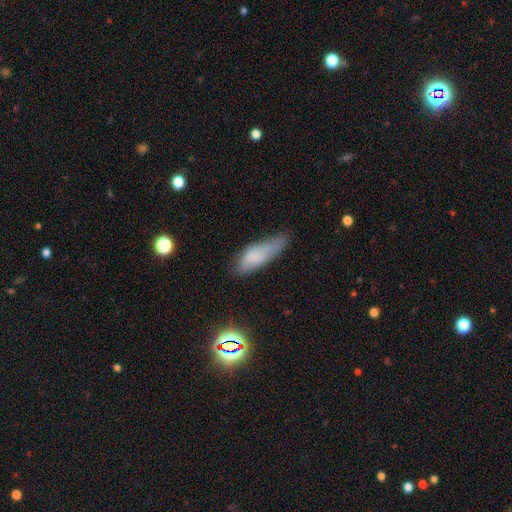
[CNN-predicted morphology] A smooth galaxy with no disk features (70%) that is in between round and cigar-shaped (63%). Merging: none (41%).